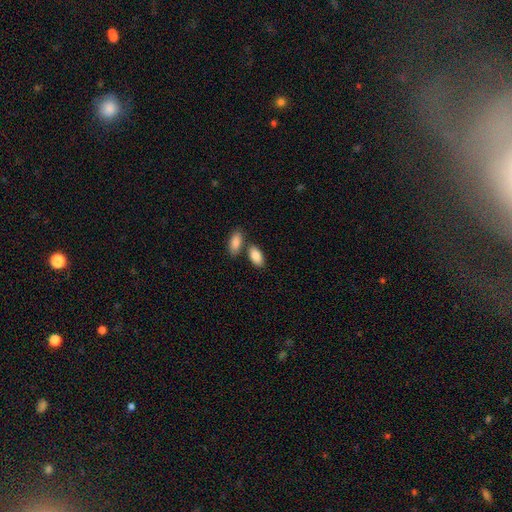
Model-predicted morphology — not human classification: Smooth or featured? smooth (87%)
How rounded? in between (92%)
Merging? none (65%)